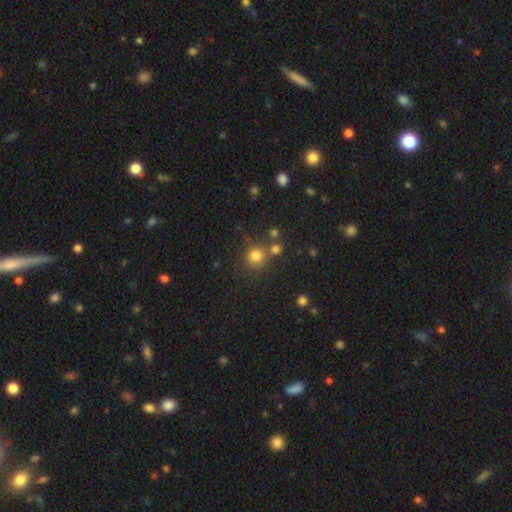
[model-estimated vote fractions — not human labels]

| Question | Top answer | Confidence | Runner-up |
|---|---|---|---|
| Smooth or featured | smooth | 79% | star or artifact (15%) |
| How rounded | round | 92% | in between (7%) |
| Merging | none | 73% | merger (15%) |